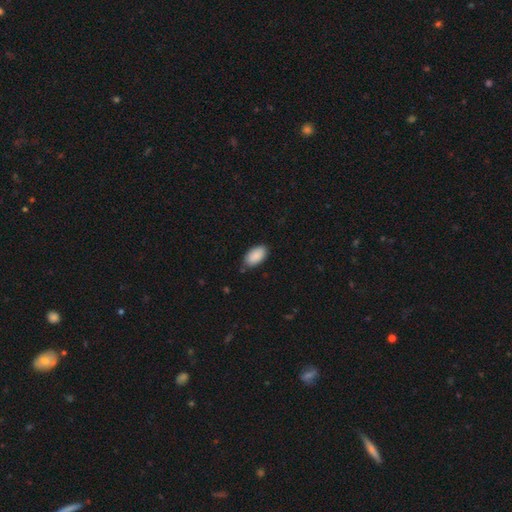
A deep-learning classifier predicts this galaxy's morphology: The model was most divided on "merging": none: 78%, minor disturbance: 17%, major disturbance: 3%, merger: 2%. More confident: how rounded — in between (95%); smooth or featured — smooth (90%).